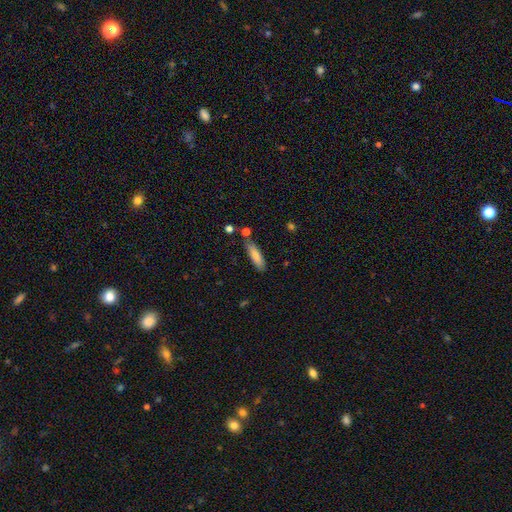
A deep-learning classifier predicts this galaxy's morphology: The model was most divided on "how rounded": cigar-shaped: 66%, in between: 32%, round: 2%. More confident: smooth or featured — smooth (80%); merging — none (75%).